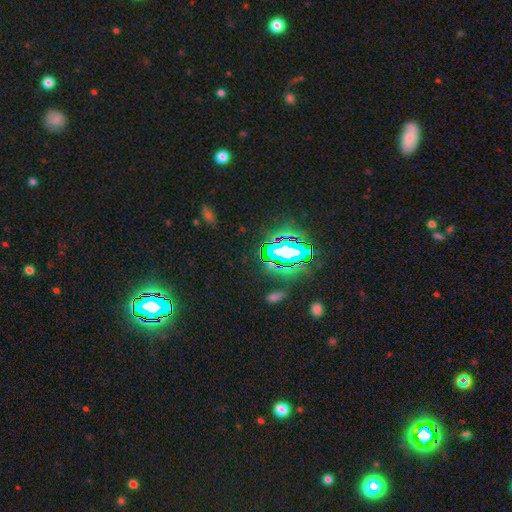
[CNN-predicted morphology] Smooth or featured: star or artifact — 79% (smooth — 13%)